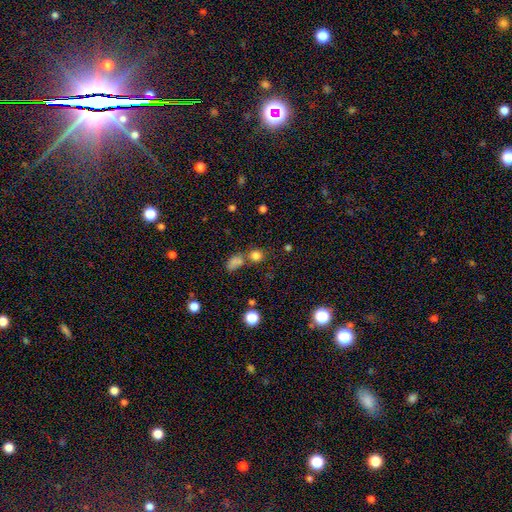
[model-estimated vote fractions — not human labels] Overall: smooth (78%). How rounded: round (78%). Merging: none (56%; merger 30%).